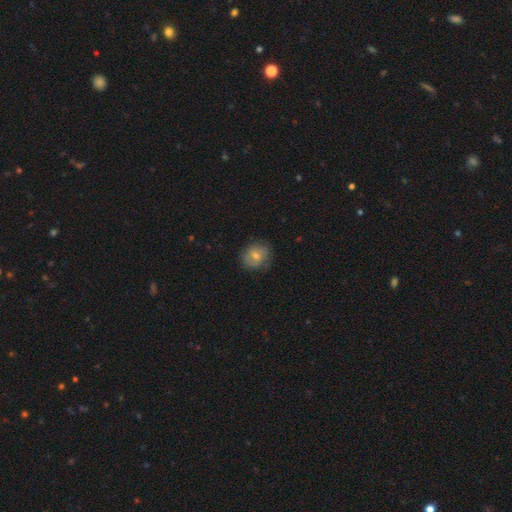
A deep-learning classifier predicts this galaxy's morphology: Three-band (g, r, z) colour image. It shows a smooth galaxy with no disk features (69%) that is round (68%). Merging: none (76%).